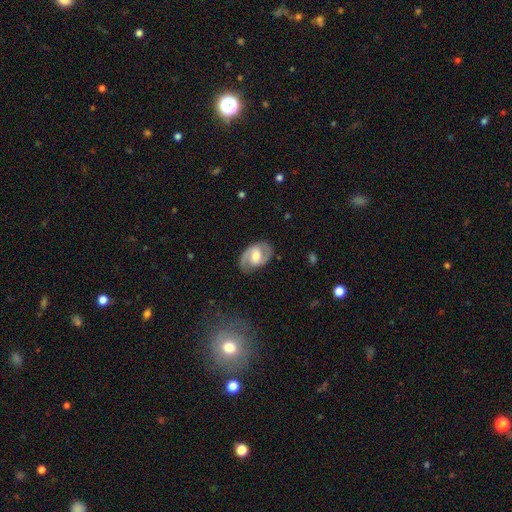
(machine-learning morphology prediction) Smooth or featured: featured or disk — 75% (smooth — 20%)
Edge-on disk: no — 97% (yes — 3%)
Bar: weak — 51% (no — 32%)
Spiral arms: yes — 89% (no — 11%)
Spiral winding: medium — 50% (tight — 30%)
Spiral arm count: 2 — 82% (1 — 8%)
Bulge size: moderate — 63% (large — 17%)
Merging: none — 76% (minor disturbance — 17%)